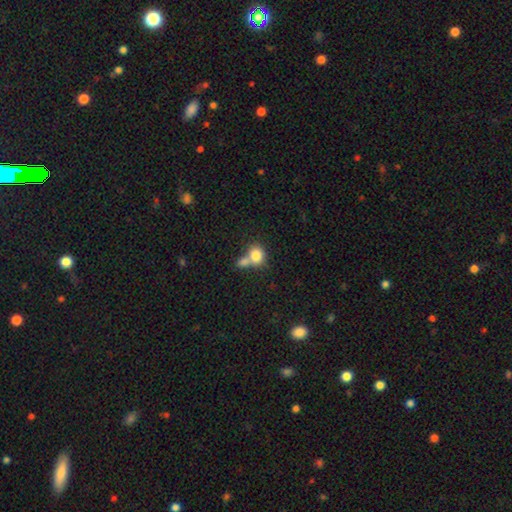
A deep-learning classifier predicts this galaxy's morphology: smooth 81%, featured or disk 10%, star or artifact 9%. Down the decision tree: how rounded — round (70%); merging — merger (52%).